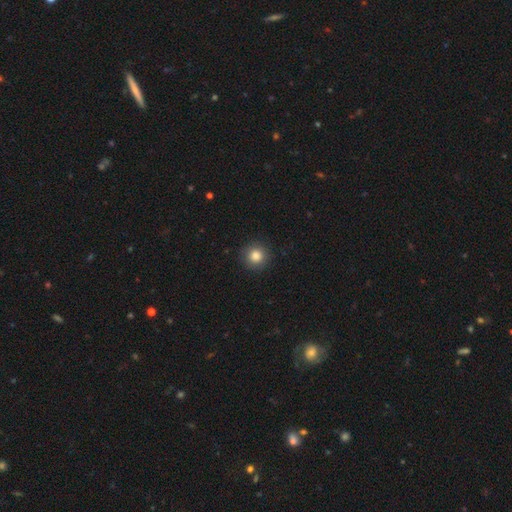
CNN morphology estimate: The model was most divided on "smooth or featured": smooth: 84%, star or artifact: 10%, featured or disk: 5%. More confident: how rounded — round (94%); merging — none (91%).